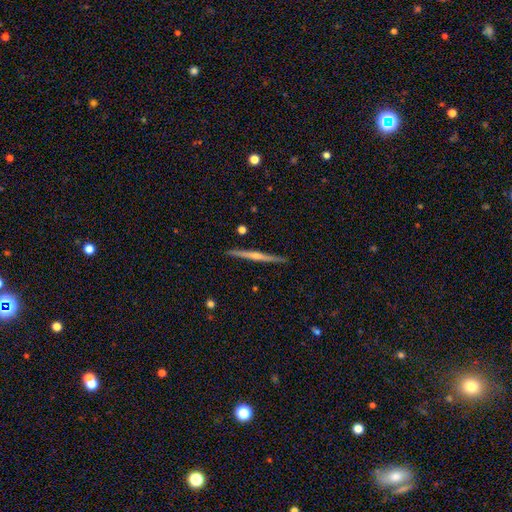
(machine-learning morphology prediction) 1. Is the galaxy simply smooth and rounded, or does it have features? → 75% featured or disk, 17% smooth, 7% star or artifact.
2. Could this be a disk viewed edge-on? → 98% yes, 2% no.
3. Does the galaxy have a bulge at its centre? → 76% rounded, 18% none, 6% boxy.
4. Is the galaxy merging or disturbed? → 91% none, 7% minor disturbance, 1% major disturbance, 1% merger.